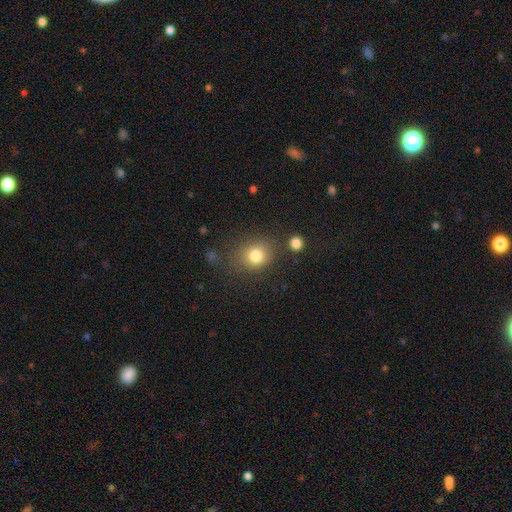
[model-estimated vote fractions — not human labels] Morphology: type=smooth (81%); roundness=round (75%); merging=none (75%).